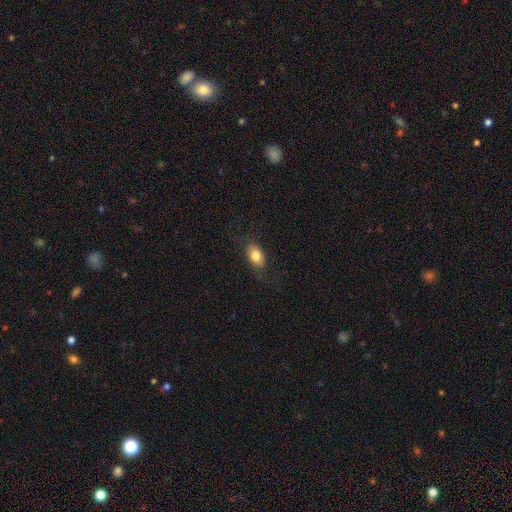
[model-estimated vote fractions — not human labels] A smooth galaxy with no disk features (80%) that is in between round and cigar-shaped (87%).

Vote fractions:
- Smooth or featured? smooth: 80% / featured or disk: 12% / star or artifact: 8%
- How rounded? in between: 87% / round: 10% / cigar-shaped: 3%
- Merging? none: 79% / minor disturbance: 14% / major disturbance: 6% / merger: 1%